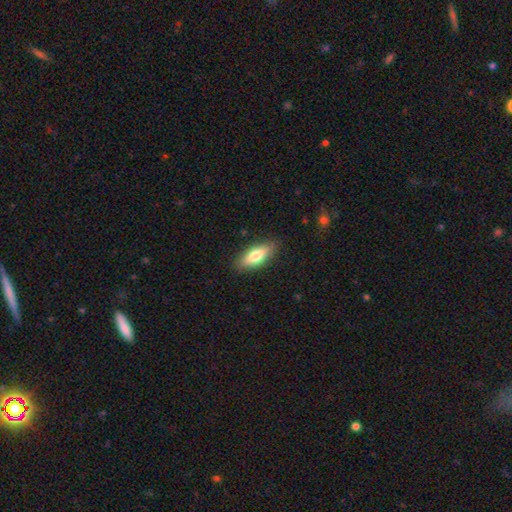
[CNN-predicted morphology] smooth-or-featured: smooth: 69% | featured or disk: 24% | star or artifact: 6%
  how-rounded: in between: 67% | cigar-shaped: 31% | round: 3%
  merging: none: 86% | minor disturbance: 10% | major disturbance: 2% | merger: 1%